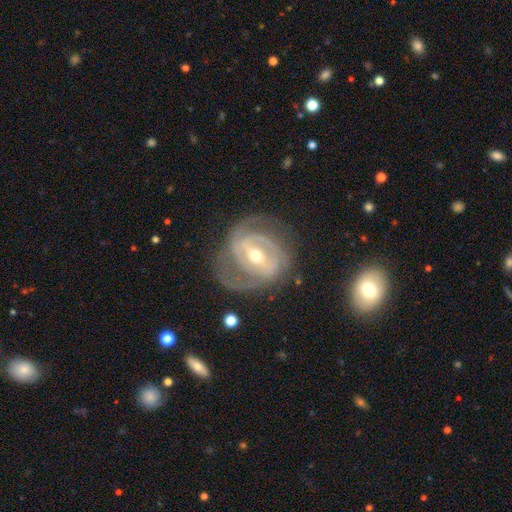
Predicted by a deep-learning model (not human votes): Morphology: type=featured or disk (90%); edge-on=no (97%); bar=strong (42%); spiral arms=yes (96%); winding=tight (57%); arm count=2 (45%); bulge=moderate (59%); merging=none (68%).